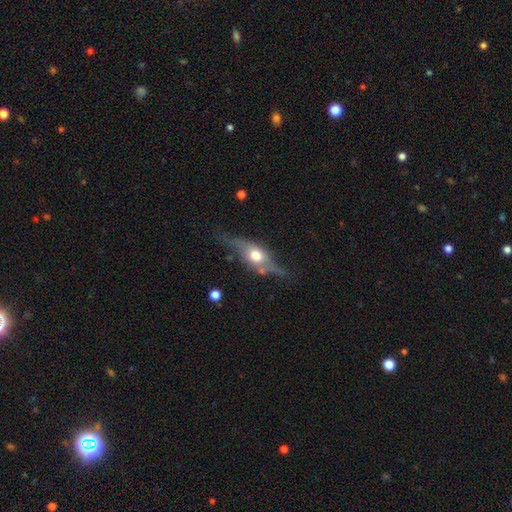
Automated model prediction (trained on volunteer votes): Morphology: type=featured or disk (62%); edge-on=yes (81%); merging=none (65%).